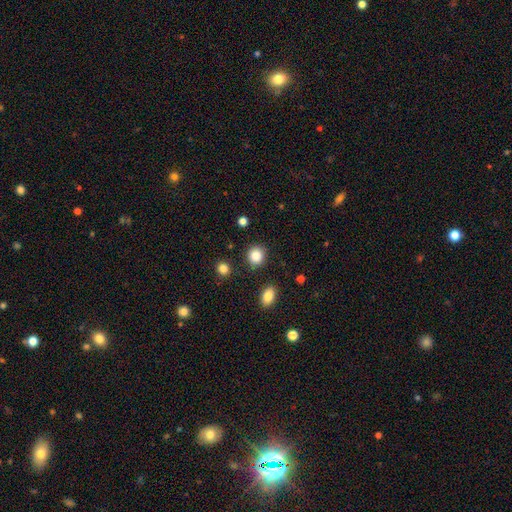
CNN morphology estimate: Smooth or featured? Predicted: smooth (p=0.86). How rounded? Predicted: round (p=0.81). Merging? Predicted: none (p=0.87).